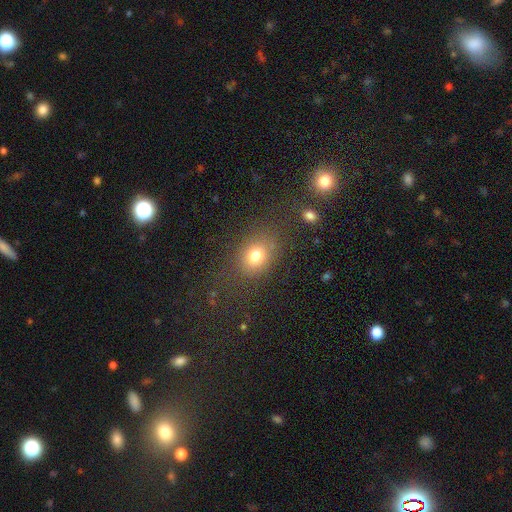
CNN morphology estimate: Smooth or featured? Predicted: smooth (p=0.77). How rounded? Predicted: in between (p=0.51). Merging? Predicted: none (p=0.75).